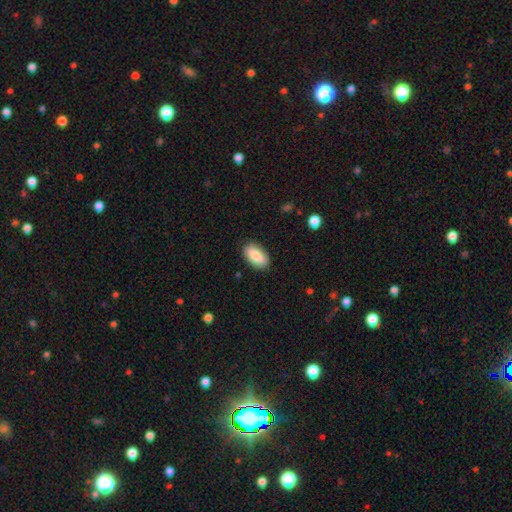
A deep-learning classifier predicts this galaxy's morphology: This is clearly a smooth galaxy (85%). How rounded: clearly in between (92%). Merging: clearly none (87%).